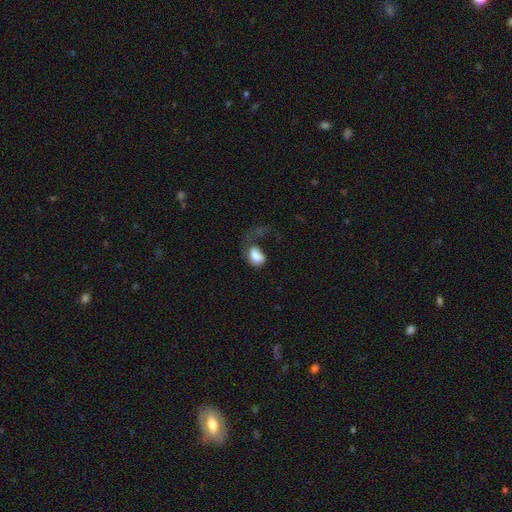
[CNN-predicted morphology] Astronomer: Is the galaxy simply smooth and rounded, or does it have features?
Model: smooth — 75%.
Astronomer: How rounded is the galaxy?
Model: in between — 77%.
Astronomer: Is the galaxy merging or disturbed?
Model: major disturbance — 58%.